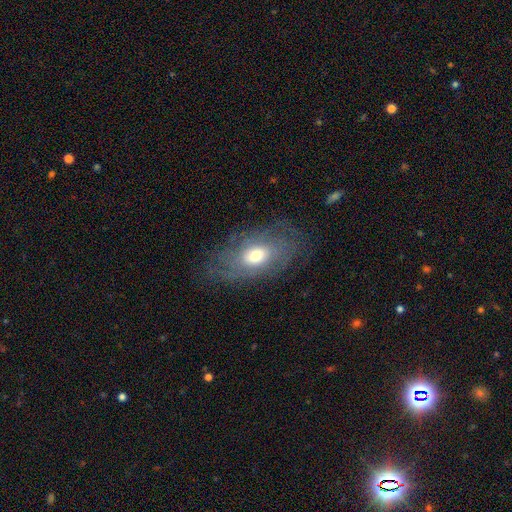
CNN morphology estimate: Smooth or featured? featured or disk (57%)
Edge-on disk? no (90%)
Bar? no (70%)
Spiral arms? yes (72%)
Bulge size? moderate (62%)
Merging? none (70%)